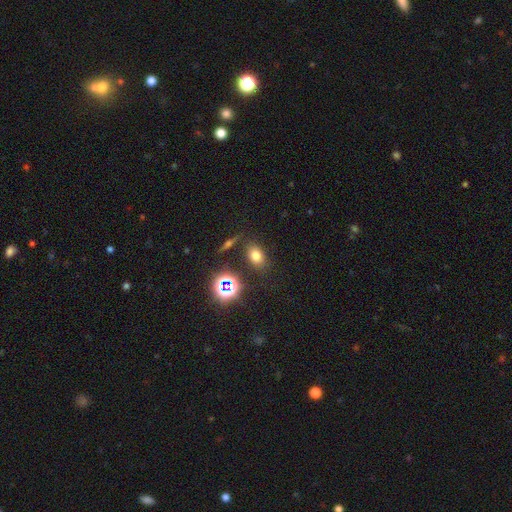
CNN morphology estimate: Smooth or featured? smooth (70%)
How rounded? in between (73%)
Merging? none (82%)